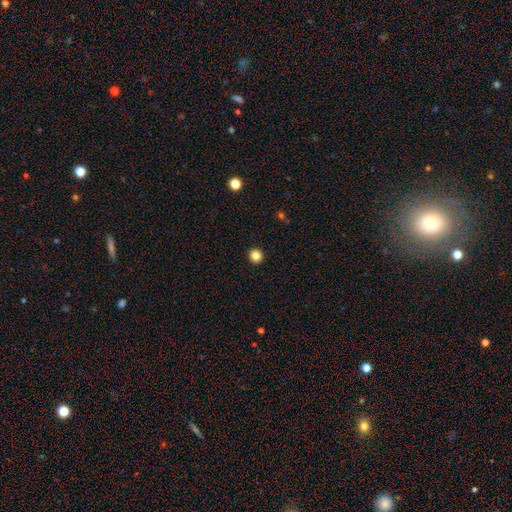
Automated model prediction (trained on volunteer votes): A smooth galaxy with no disk features (84%) that is round (94%).

Vote fractions:
- Smooth or featured? smooth: 84% / star or artifact: 11% / featured or disk: 4%
- How rounded? round: 94% / in between: 5% / cigar-shaped: 1%
- Merging? none: 94% / minor disturbance: 4% / major disturbance: 1% / merger: 1%